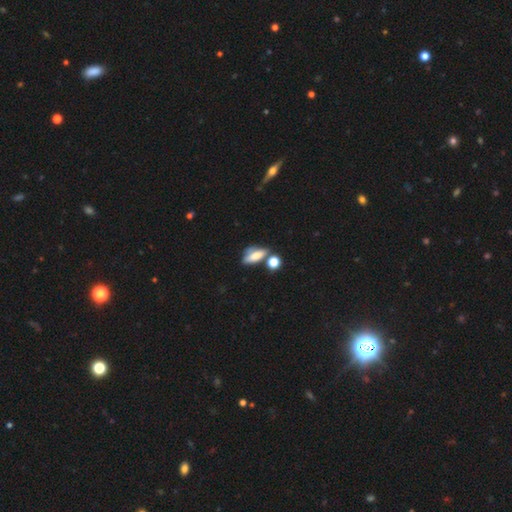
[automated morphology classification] Smooth or featured?
  - smooth: 73% *
  - featured or disk: 16%
  - star or artifact: 11%
How rounded?
  - in between: 72% *
  - cigar-shaped: 19%
  - round: 9%
Merging?
  - none: 44% *
  - merger: 25%
  - minor disturbance: 21%
  - major disturbance: 10%